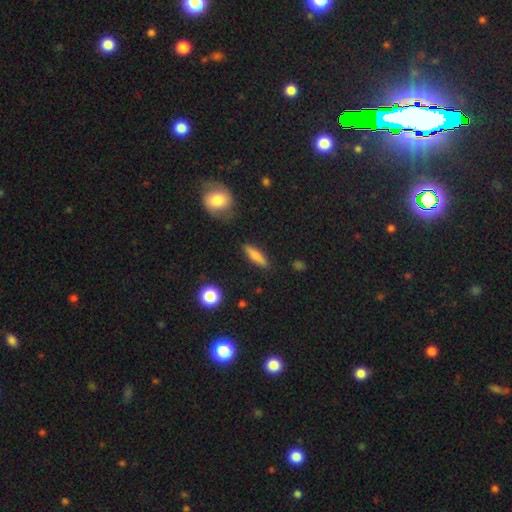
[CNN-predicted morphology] smooth 73%, featured or disk 20%, star or artifact 7%. Down the decision tree: how rounded — cigar-shaped (71%); merging — none (86%).